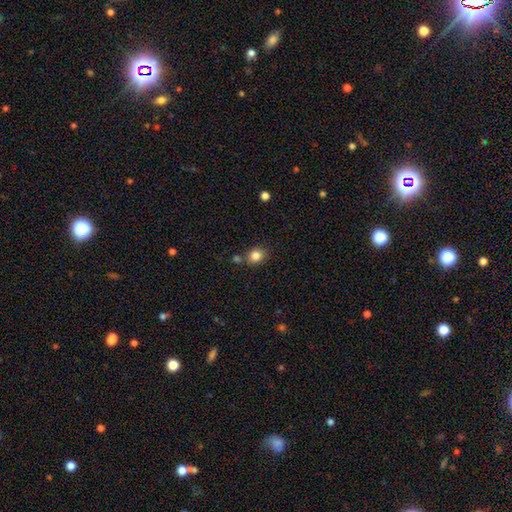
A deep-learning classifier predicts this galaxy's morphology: This is clearly a smooth galaxy (84%). How rounded: likely round (69%). Merging: likely none (74%).